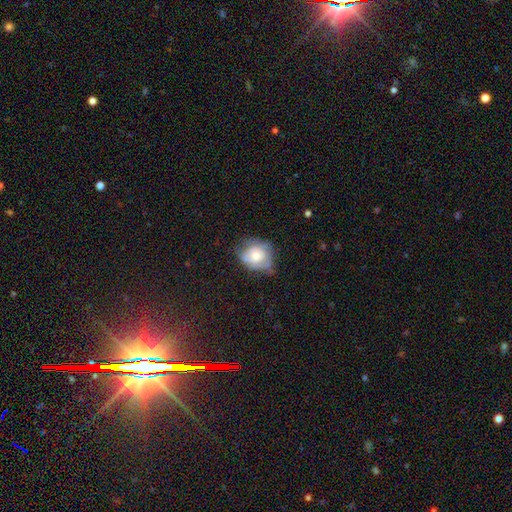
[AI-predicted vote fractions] Smooth or featured? smooth (49%)
Merging? none (45%)